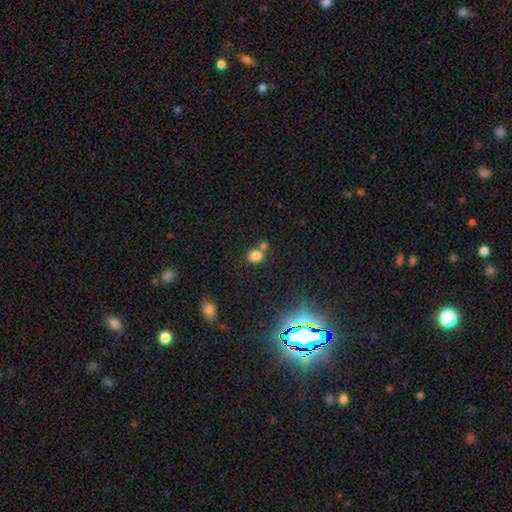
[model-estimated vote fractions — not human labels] This appears to be a smooth galaxy with no disk features (79%) that is round (67%). Merging: none (52%).